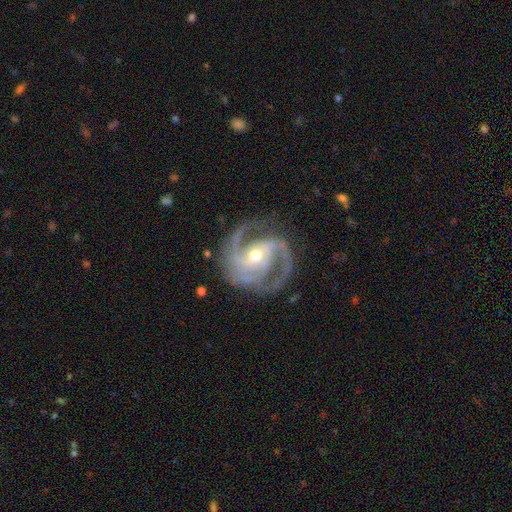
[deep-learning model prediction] This is clearly a featured or disk galaxy (93%). It is clearly not viewed edge-on (98%). Bar: marginally weak (37%). Spiral arm pattern: clearly yes (98%). Spiral arm count: possibly 2 (46%). Spiral winding: possibly medium (53%). Central bulge: possibly moderate (59%). Merging: likely none (77%).